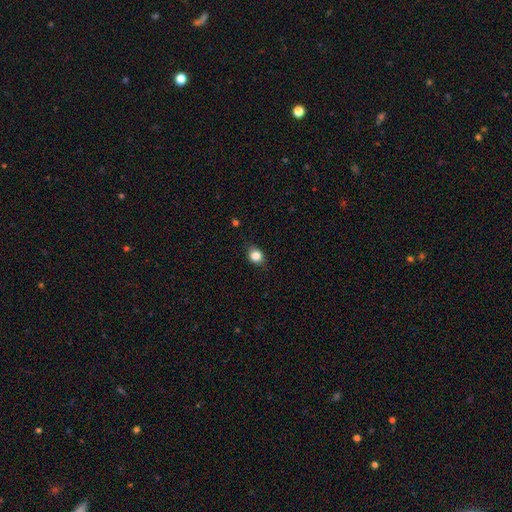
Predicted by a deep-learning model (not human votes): This appears to be a smooth galaxy with no disk features (82%) that is round (58%). Merging: none (82%).